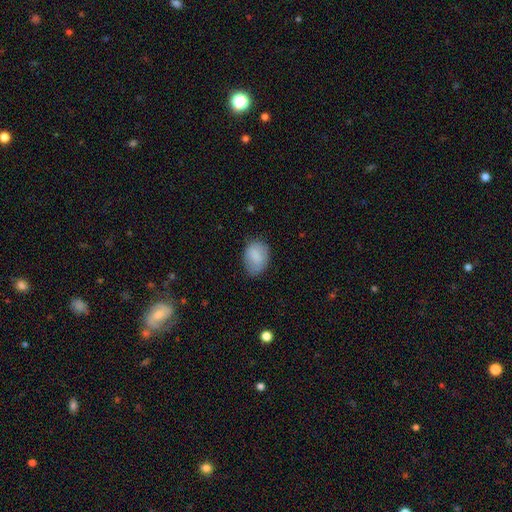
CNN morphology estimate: smooth_or_featured: smooth (p=0.82) [alt: featured or disk p=0.11]
how_rounded: in between (p=0.83) [alt: round p=0.16]
merging: none (p=0.67) [alt: minor disturbance p=0.26]